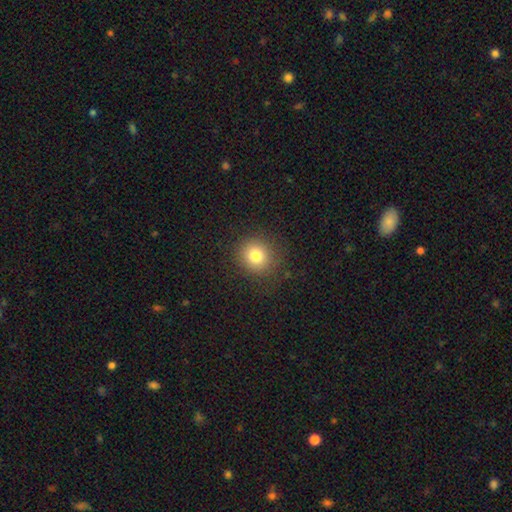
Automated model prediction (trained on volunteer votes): This is likely a smooth galaxy (80%). How rounded: clearly round (87%). Merging: clearly none (87%).